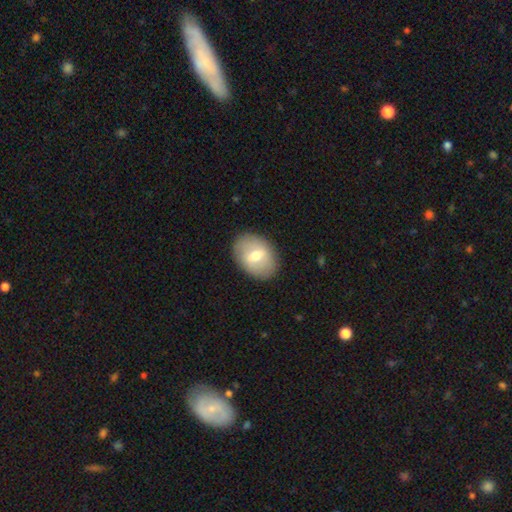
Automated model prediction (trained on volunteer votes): Smooth or featured?
  - smooth: 57% *
  - featured or disk: 36%
  - star or artifact: 7%
How rounded?
  - in between: 76% *
  - round: 23%
  - cigar-shaped: 1%
Merging?
  - none: 86% *
  - minor disturbance: 10%
  - major disturbance: 3%
  - merger: 1%